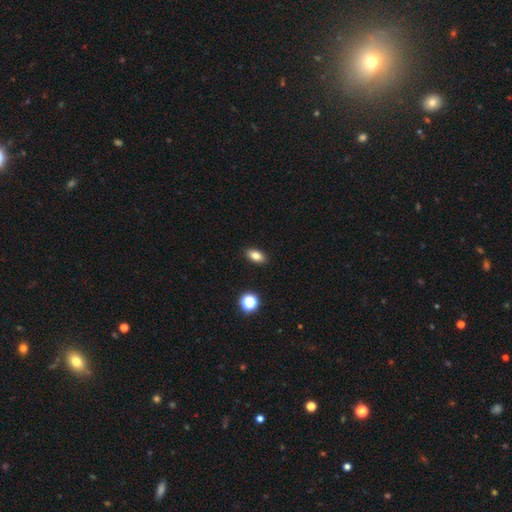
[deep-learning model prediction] Smooth or featured: smooth — 80% (star or artifact — 11%)
How rounded: in between — 86% (round — 9%)
Merging: none — 90% (minor disturbance — 7%)